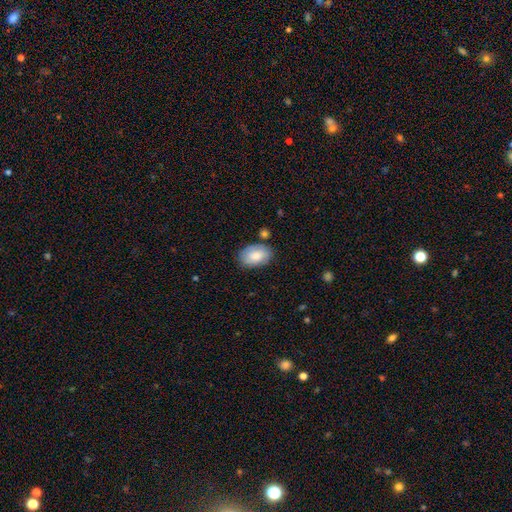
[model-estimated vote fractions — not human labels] smooth_or_featured: smooth (p=0.78) [alt: featured or disk p=0.15]
how_rounded: in between (p=0.89) [alt: round p=0.09]
merging: none (p=0.73) [alt: minor disturbance p=0.18]